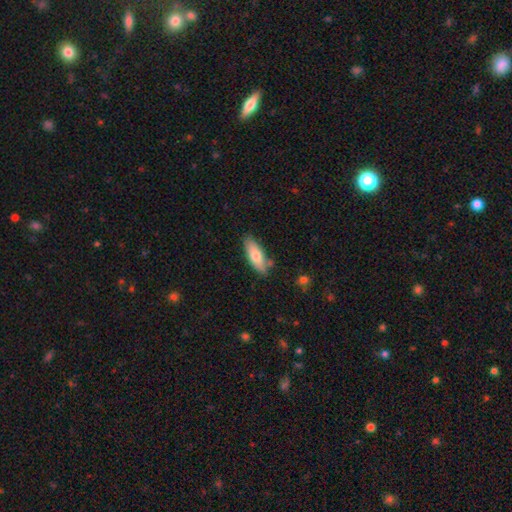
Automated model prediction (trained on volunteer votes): smooth-or-featured: smooth: 75% | featured or disk: 19% | star or artifact: 6%
  how-rounded: in between: 64% | cigar-shaped: 34% | round: 2%
  merging: none: 78% | minor disturbance: 15% | merger: 4% | major disturbance: 3%